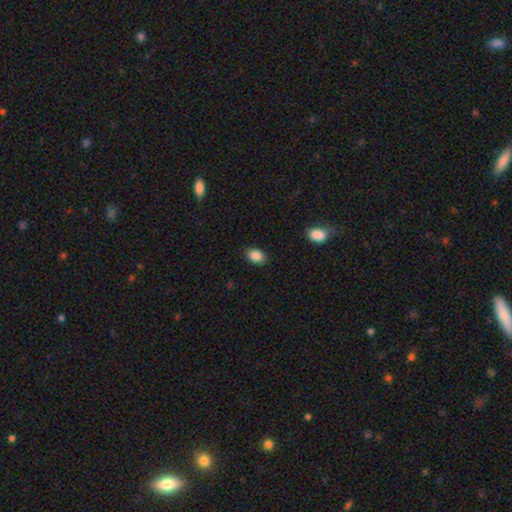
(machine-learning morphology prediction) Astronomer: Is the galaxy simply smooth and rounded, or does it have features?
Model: smooth — 88%.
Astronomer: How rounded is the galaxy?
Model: in between — 77%.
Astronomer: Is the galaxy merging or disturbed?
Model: none — 85%.